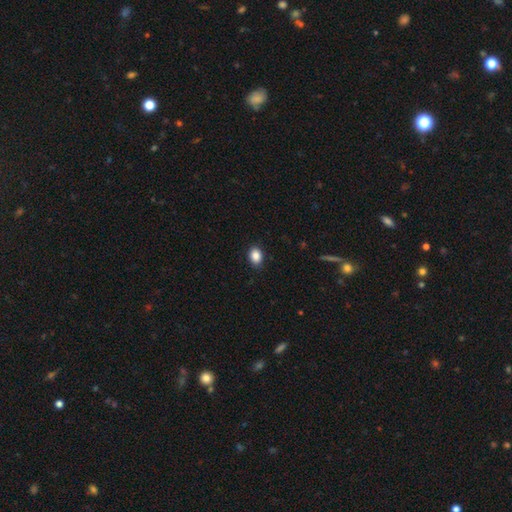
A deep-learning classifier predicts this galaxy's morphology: Smooth or featured: smooth — 87% (star or artifact — 9%)
How rounded: in between — 69% (round — 29%)
Merging: none — 88% (minor disturbance — 9%)